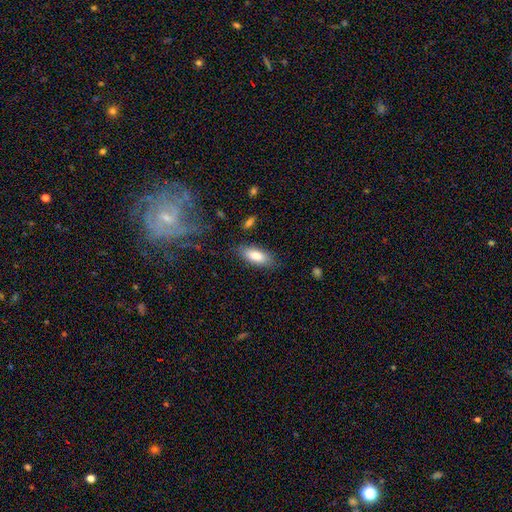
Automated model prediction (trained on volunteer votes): Smooth or featured? Predicted: smooth (p=0.83). How rounded? Predicted: in between (p=0.78). Merging? Predicted: none (p=0.82).